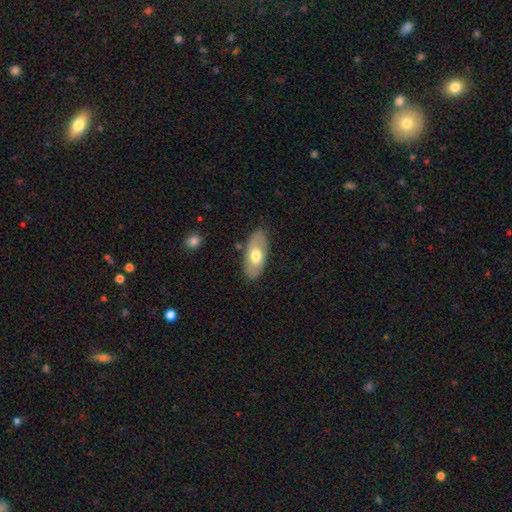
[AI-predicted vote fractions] Smooth or featured: smooth — 59% (featured or disk — 35%)
How rounded: in between — 91% (cigar-shaped — 6%)
Merging: none — 82% (minor disturbance — 13%)